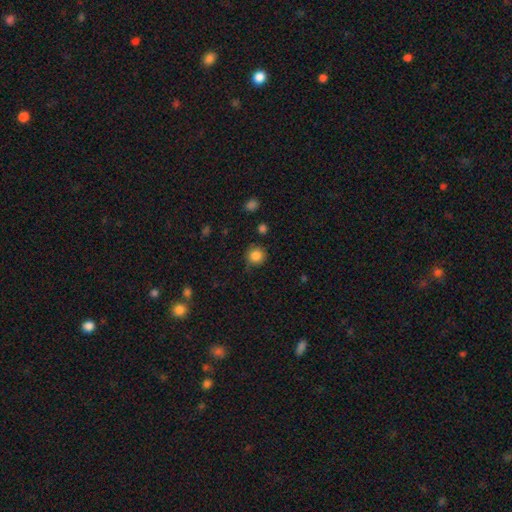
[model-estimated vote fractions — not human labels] smooth-or-featured: smooth: 85% | star or artifact: 10% | featured or disk: 5%
  how-rounded: round: 92% | in between: 7% | cigar-shaped: 1%
  merging: none: 80% | minor disturbance: 14% | major disturbance: 3% | merger: 2%